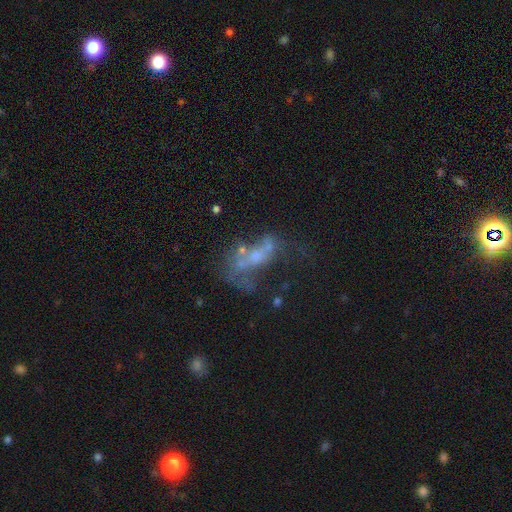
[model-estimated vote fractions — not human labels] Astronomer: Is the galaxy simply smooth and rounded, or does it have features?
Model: featured or disk — 54%.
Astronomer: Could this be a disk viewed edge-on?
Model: no — 92%.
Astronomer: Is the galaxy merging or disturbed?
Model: major disturbance — 31% (runner-up: merger, 28%).